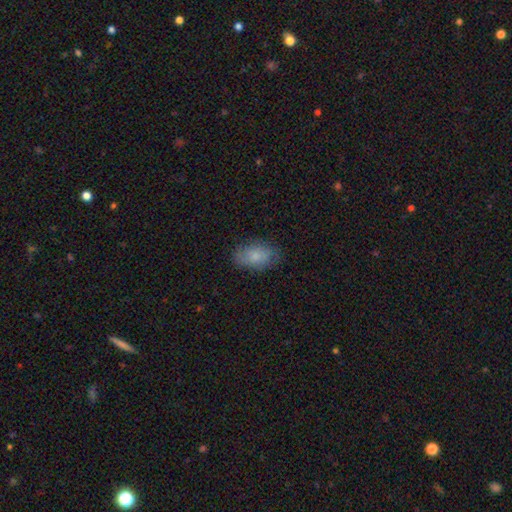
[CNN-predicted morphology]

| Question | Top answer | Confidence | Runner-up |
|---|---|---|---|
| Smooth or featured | smooth | 80% | featured or disk (13%) |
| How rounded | in between | 91% | round (7%) |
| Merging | none | 79% | minor disturbance (16%) |